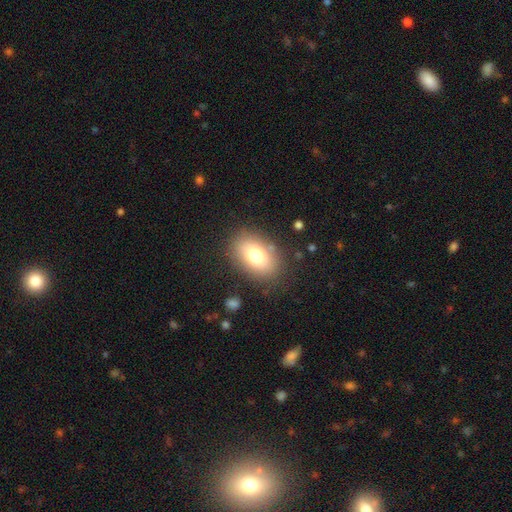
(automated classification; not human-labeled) Smooth or featured? smooth (74%)
How rounded? in between (82%)
Merging? none (82%)